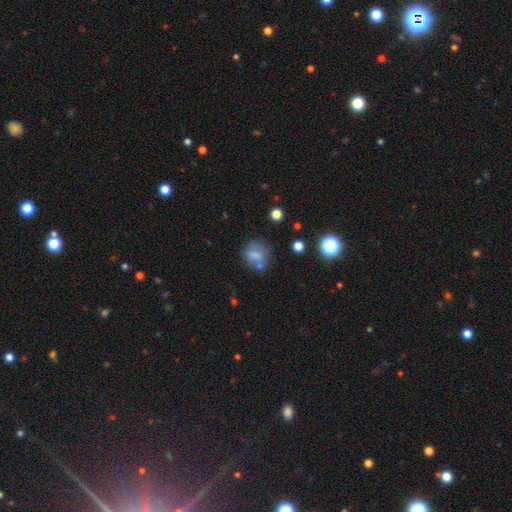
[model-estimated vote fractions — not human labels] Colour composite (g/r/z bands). It shows a smooth galaxy with no disk features (64%) that is round (67%). Merging: none (54%).